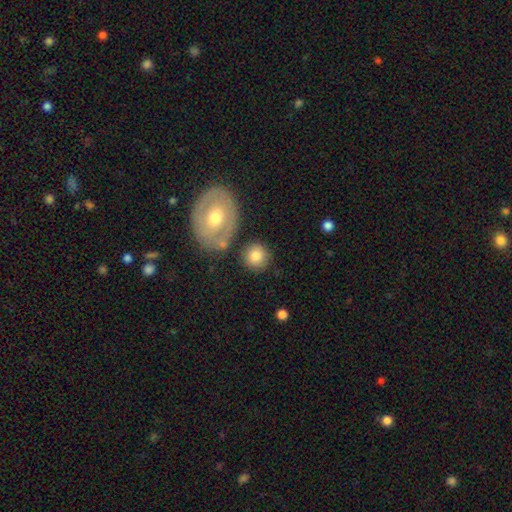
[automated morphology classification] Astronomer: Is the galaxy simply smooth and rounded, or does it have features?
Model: smooth — 82%.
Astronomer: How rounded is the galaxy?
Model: round — 87%.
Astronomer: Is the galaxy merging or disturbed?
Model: none — 77%.